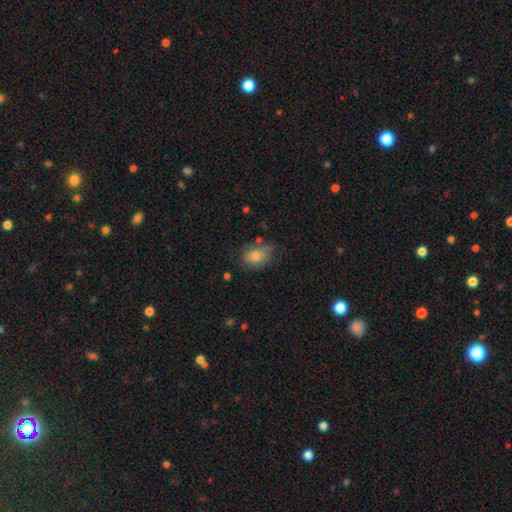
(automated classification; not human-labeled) Overall: smooth (73%). How rounded: in between (71%). Merging: none (60%; minor disturbance 27%).